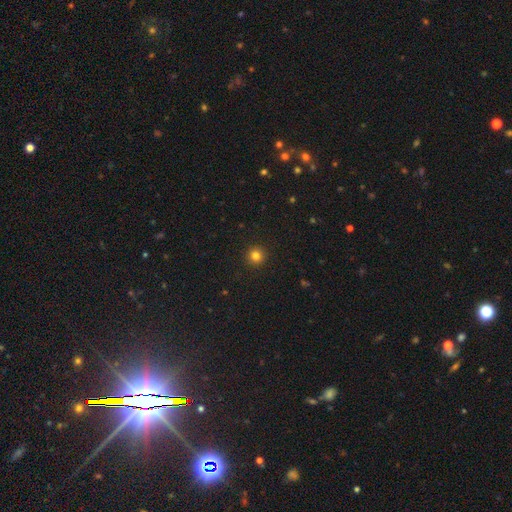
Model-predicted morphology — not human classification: type=smooth (82%); roundness=round (95%); merging=none (93%).